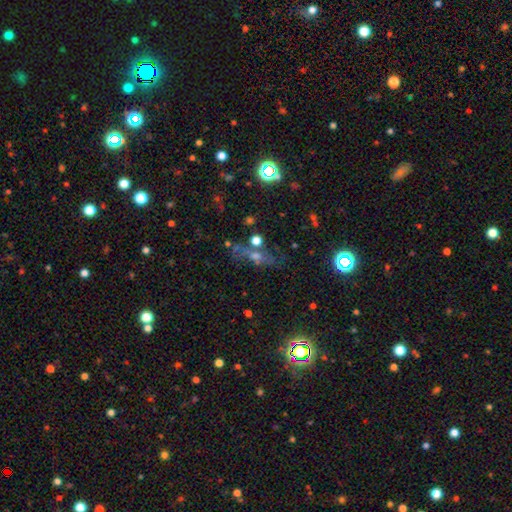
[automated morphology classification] smooth-or-featured: smooth: 36% | star or artifact: 33% | featured or disk: 31%
  merging: none: 62% | minor disturbance: 16% | merger: 12% | major disturbance: 10%